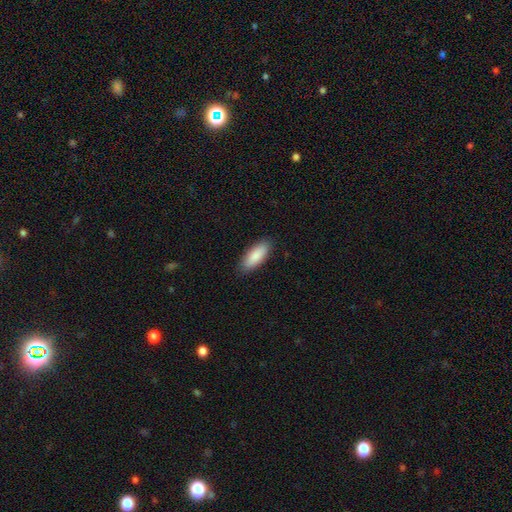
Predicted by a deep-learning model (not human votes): A smooth galaxy with no disk features (88%) that is in between round and cigar-shaped (74%). Merging: none (88%).